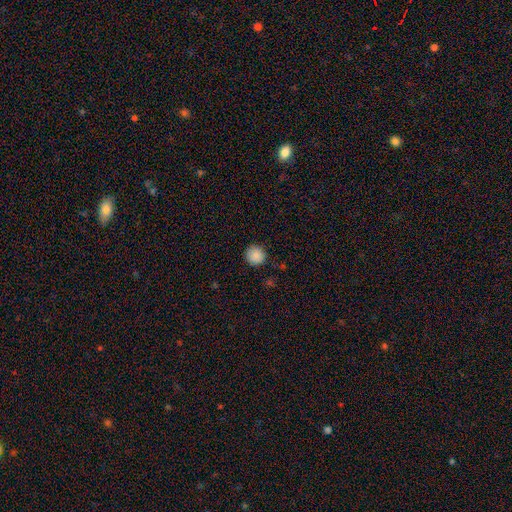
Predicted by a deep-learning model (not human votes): A smooth galaxy with no disk features (88%) that is round (93%). Merging: none (89%).